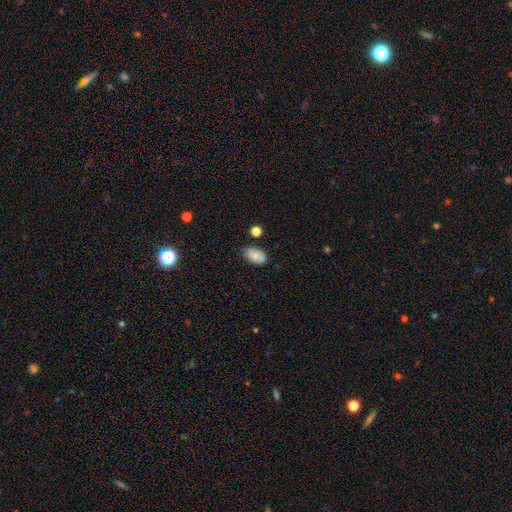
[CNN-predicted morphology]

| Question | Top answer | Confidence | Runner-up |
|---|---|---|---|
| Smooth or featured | smooth | 80% | featured or disk (12%) |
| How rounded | in between | 92% | round (7%) |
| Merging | none | 64% | minor disturbance (27%) |